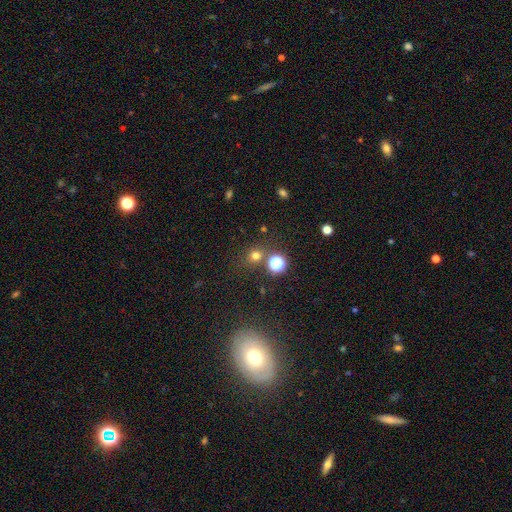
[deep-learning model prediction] A smooth galaxy with no disk features (68%) that is round (85%).

Vote fractions:
- Smooth or featured? smooth: 68% / star or artifact: 26% / featured or disk: 6%
- How rounded? round: 85% / in between: 14% / cigar-shaped: 1%
- Merging? none: 77% / merger: 9% / minor disturbance: 9% / major disturbance: 4%